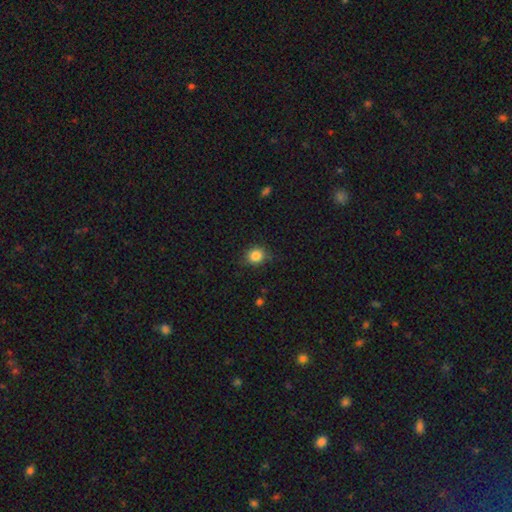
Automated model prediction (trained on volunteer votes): A smooth galaxy with no disk features (85%) that is round (80%).

Vote fractions:
- Smooth or featured? smooth: 85% / star or artifact: 10% / featured or disk: 5%
- How rounded? round: 80% / in between: 19% / cigar-shaped: 1%
- Merging? none: 83% / minor disturbance: 13% / major disturbance: 3% / merger: 1%